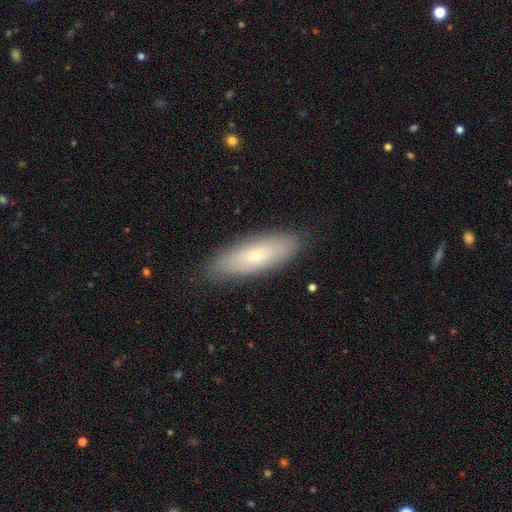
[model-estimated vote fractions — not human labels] smooth_or_featured: smooth (p=0.66) [alt: featured or disk p=0.27]
how_rounded: in between (p=0.56) [alt: cigar-shaped p=0.42]
merging: none (p=0.85) [alt: minor disturbance p=0.11]